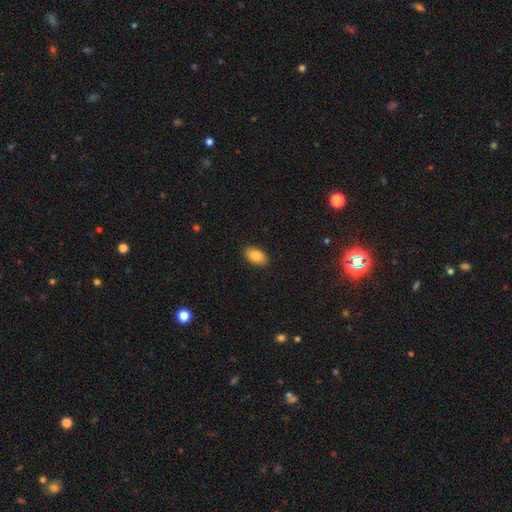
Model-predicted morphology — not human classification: A smooth galaxy with no disk features (85%) that is in between round and cigar-shaped (93%).

Vote fractions:
- Smooth or featured? smooth: 85% / featured or disk: 8% / star or artifact: 7%
- How rounded? in between: 93% / round: 5% / cigar-shaped: 2%
- Merging? none: 89% / minor disturbance: 8% / major disturbance: 2% / merger: 1%